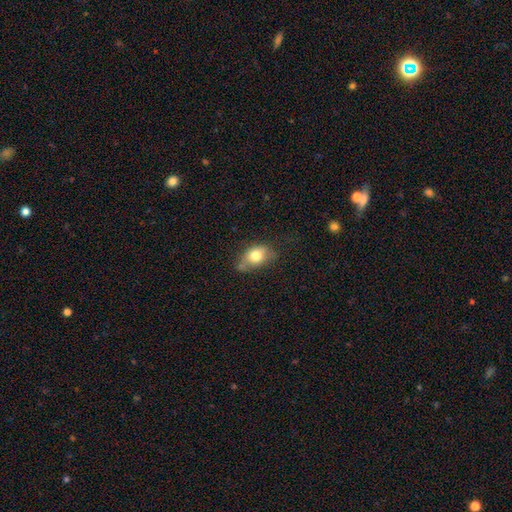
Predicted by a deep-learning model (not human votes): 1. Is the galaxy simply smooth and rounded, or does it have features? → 75% smooth, 17% featured or disk, 8% star or artifact.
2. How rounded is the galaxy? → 80% in between, 17% round, 3% cigar-shaped.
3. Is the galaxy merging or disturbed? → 45% none, 36% minor disturbance, 12% major disturbance, 6% merger.